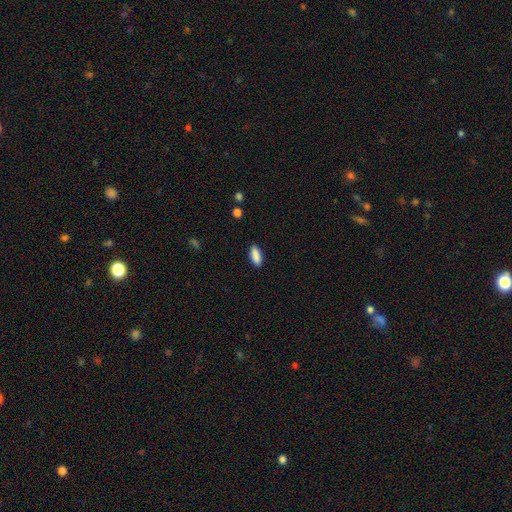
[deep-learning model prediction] A smooth galaxy with no disk features (89%) that is in between round and cigar-shaped (70%).

Vote fractions:
- Smooth or featured? smooth: 89% / star or artifact: 7% / featured or disk: 4%
- How rounded? in between: 70% / cigar-shaped: 28% / round: 2%
- Merging? none: 88% / minor disturbance: 9% / major disturbance: 2% / merger: 1%